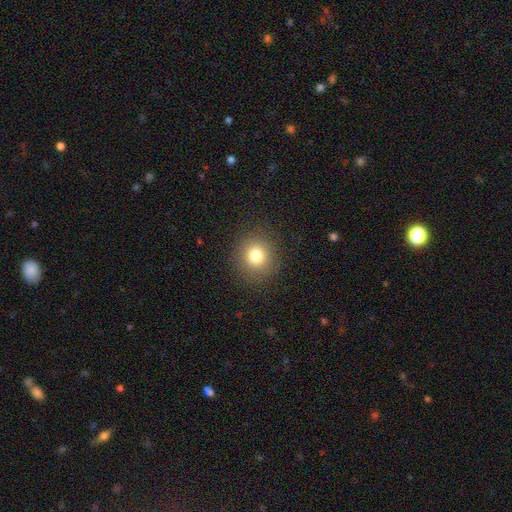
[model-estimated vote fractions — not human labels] This is likely a smooth galaxy (79%). How rounded: clearly round (88%). Merging: clearly none (89%).